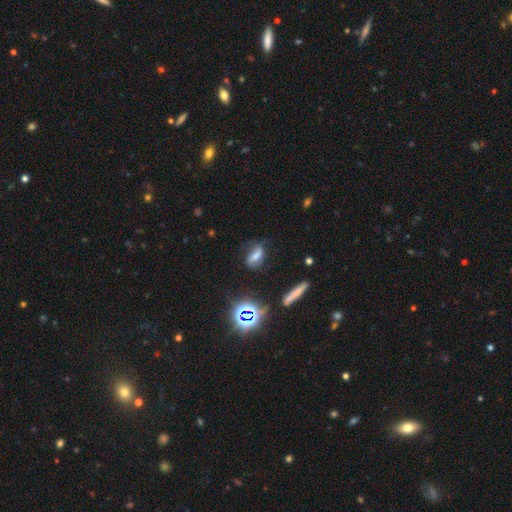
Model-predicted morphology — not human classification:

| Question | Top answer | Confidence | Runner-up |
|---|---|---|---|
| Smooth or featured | smooth | 41% | featured or disk (37%) |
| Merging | none | 57% | minor disturbance (25%) |